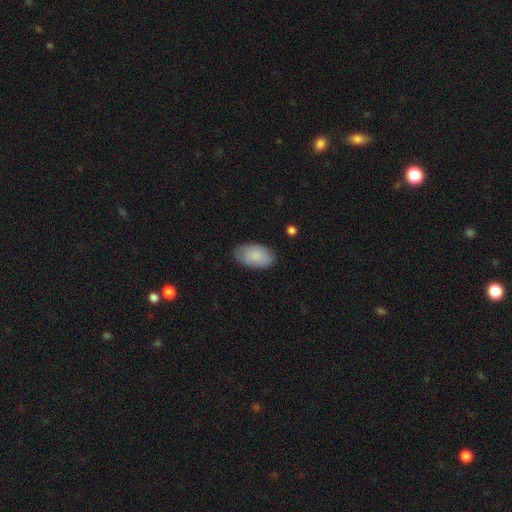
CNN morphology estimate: smooth-or-featured: smooth: 86% | featured or disk: 8% | star or artifact: 6%
  how-rounded: in between: 94% | round: 4% | cigar-shaped: 1%
  merging: none: 81% | minor disturbance: 15% | major disturbance: 3% | merger: 1%